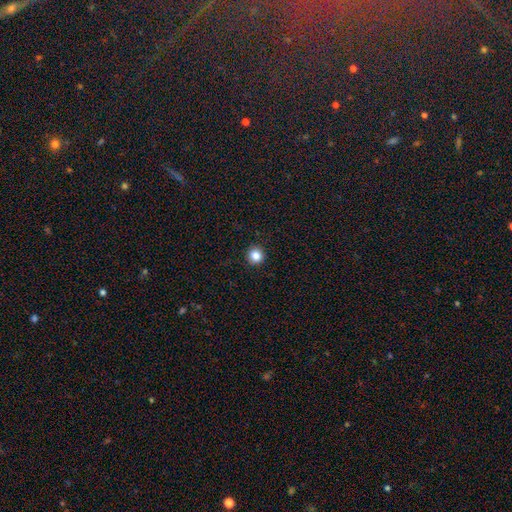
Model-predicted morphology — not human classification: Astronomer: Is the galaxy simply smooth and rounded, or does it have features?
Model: smooth — 85%.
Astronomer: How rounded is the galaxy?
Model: round — 94%.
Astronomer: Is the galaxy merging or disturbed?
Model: none — 93%.